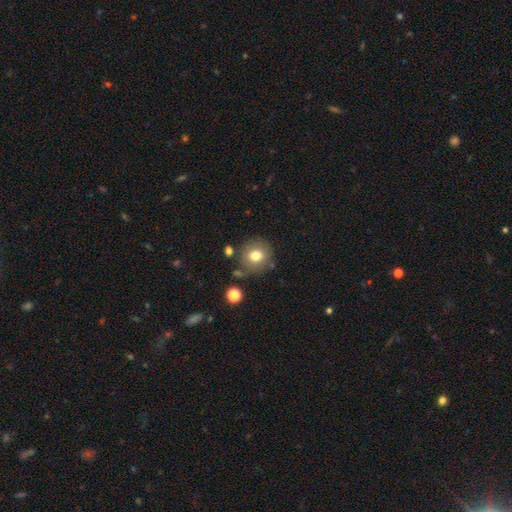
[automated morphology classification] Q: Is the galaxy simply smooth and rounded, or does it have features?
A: smooth — 76%.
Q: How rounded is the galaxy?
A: round — 86%.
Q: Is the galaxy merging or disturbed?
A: none — 74%.